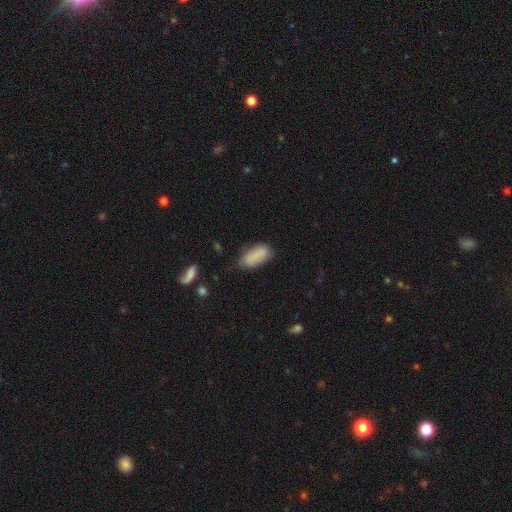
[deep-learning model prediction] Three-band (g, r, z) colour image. It shows a smooth galaxy with no disk features (82%) that is in between round and cigar-shaped (89%). Merging: none (59%).